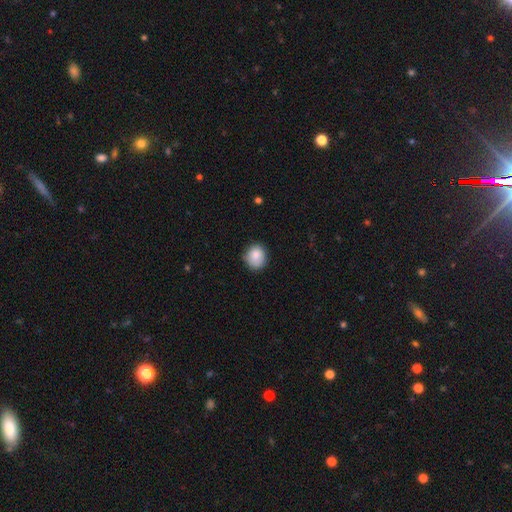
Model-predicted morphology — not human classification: A smooth galaxy with no disk features (86%) that is round (74%). Merging: none (78%).